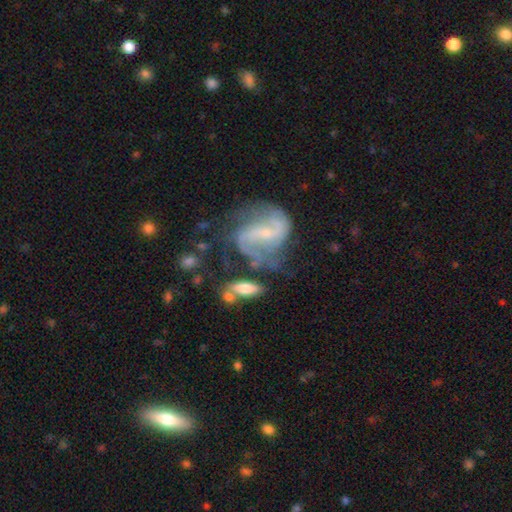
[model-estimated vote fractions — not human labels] smooth_or_featured: featured or disk (p=0.84) [alt: star or artifact p=0.09]
disk_edge_on: no (p=0.97) [alt: yes p=0.03]
bar: weak (p=0.41) [alt: strong p=0.38]
has_spiral_arms: yes (p=0.95) [alt: no p=0.05]
spiral_winding: medium (p=0.46) [alt: loose p=0.37]
spiral_arm_count: 2 (p=0.85) [alt: can't tell p=0.05]
bulge_size: small (p=0.64) [alt: moderate p=0.21]
merging: none (p=0.59) [alt: minor disturbance p=0.18]